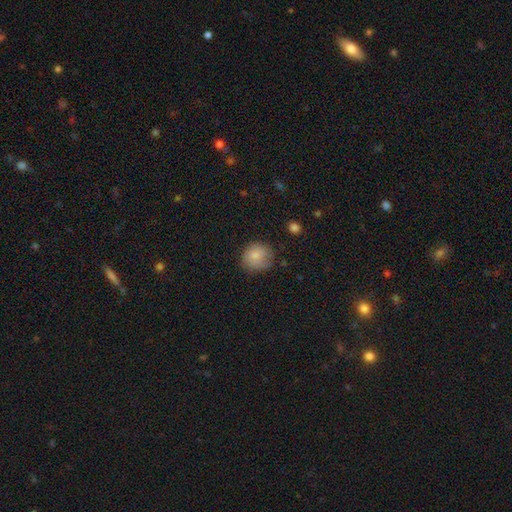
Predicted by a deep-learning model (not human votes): Smooth or featured?
  - smooth: 76% *
  - featured or disk: 16%
  - star or artifact: 8%
How rounded?
  - round: 82% *
  - in between: 17%
  - cigar-shaped: 1%
Merging?
  - none: 64% *
  - minor disturbance: 27%
  - major disturbance: 8%
  - merger: 2%